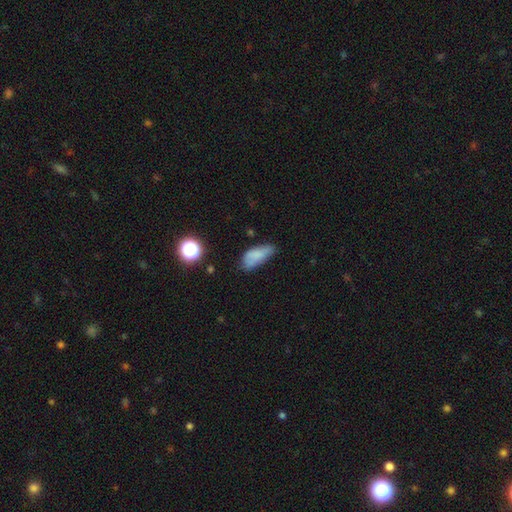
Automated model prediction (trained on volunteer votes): Morphology: type=smooth (76%); roundness=in between (84%); merging=none (47%).